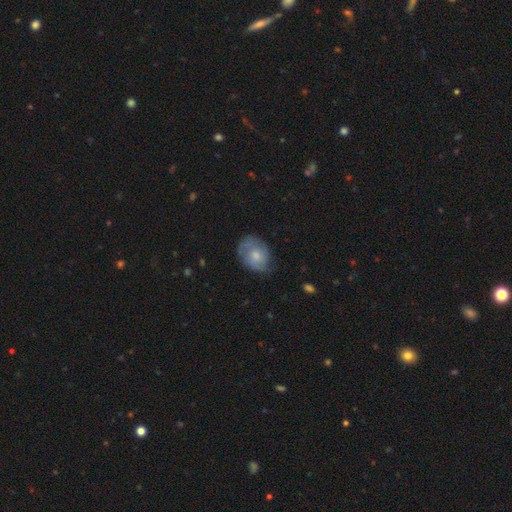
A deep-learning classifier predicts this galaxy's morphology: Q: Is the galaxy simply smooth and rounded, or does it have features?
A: smooth — 59%.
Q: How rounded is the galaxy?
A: in between — 59%.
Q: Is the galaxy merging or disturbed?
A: none — 60%.